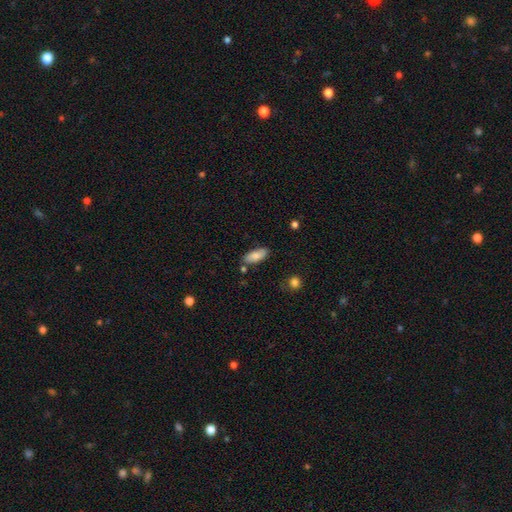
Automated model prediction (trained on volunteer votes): Smooth or featured: smooth — 84% (featured or disk — 10%)
How rounded: in between — 82% (cigar-shaped — 16%)
Merging: none — 78% (minor disturbance — 14%)